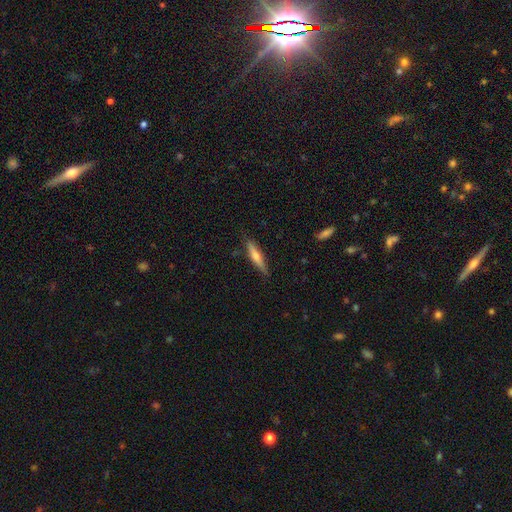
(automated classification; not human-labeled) Morphology: type=smooth (52%); roundness=cigar-shaped (87%); merging=none (83%).